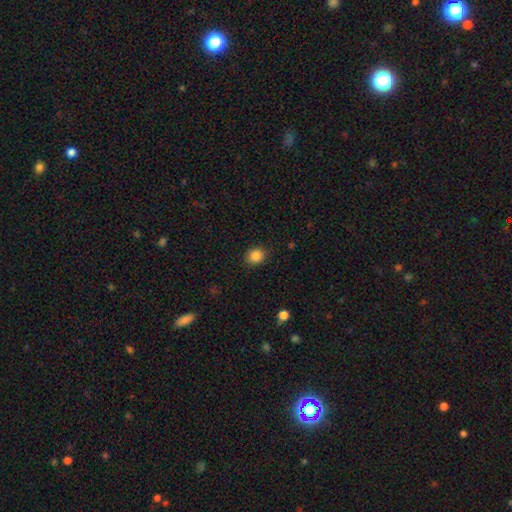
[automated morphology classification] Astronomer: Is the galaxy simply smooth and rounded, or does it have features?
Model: smooth — 86%.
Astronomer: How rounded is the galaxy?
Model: round — 71%.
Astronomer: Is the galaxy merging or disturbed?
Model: none — 88%.